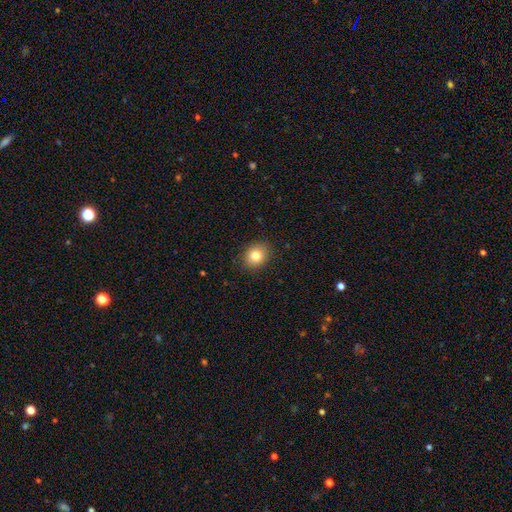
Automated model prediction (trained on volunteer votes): A smooth galaxy with no disk features (82%) that is round (61%).

Vote fractions:
- Smooth or featured? smooth: 82% / star or artifact: 10% / featured or disk: 8%
- How rounded? round: 61% / in between: 38% / cigar-shaped: 1%
- Merging? none: 88% / minor disturbance: 9% / major disturbance: 2% / merger: 1%